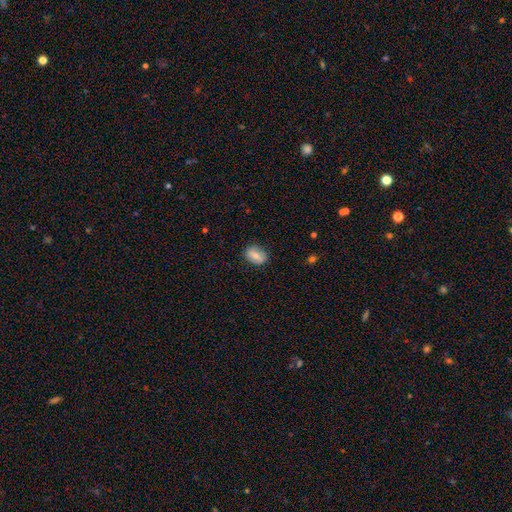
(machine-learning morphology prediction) Q: Smooth or featured?
A: smooth (72%); runner-up: featured or disk (20%)
Q: How rounded?
A: in between (71%); runner-up: round (28%)
Q: Merging?
A: none (84%); runner-up: minor disturbance (12%)